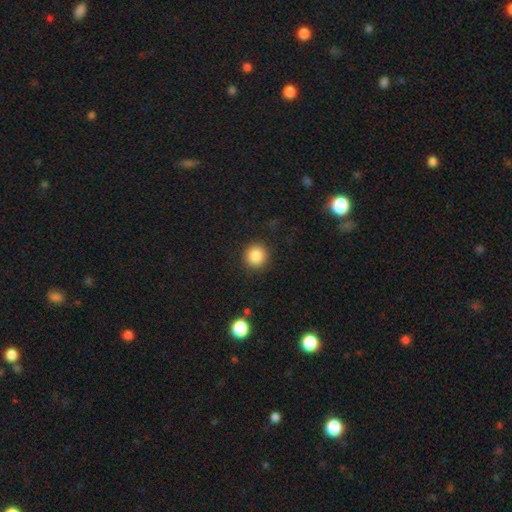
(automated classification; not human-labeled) Smooth or featured: smooth — 86% (star or artifact — 10%)
How rounded: round — 92% (in between — 7%)
Merging: none — 90% (minor disturbance — 6%)